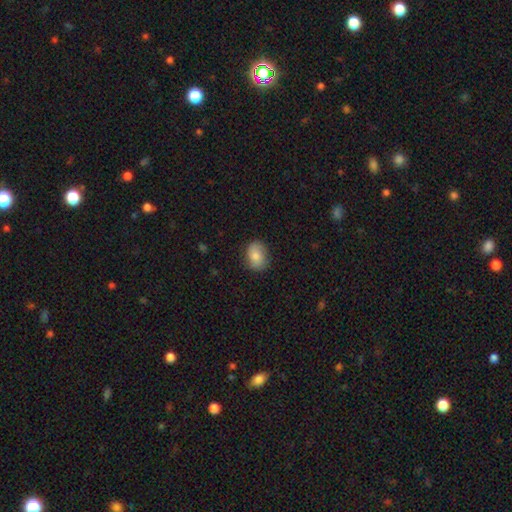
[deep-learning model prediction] Q: Smooth or featured?
A: smooth (81%); runner-up: featured or disk (12%)
Q: How rounded?
A: in between (67%); runner-up: round (31%)
Q: Merging?
A: none (79%); runner-up: minor disturbance (16%)